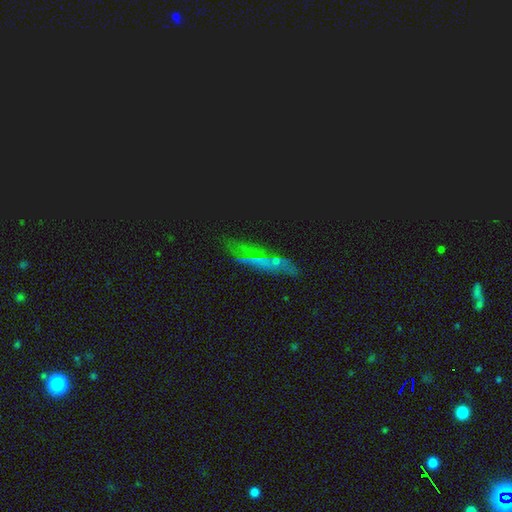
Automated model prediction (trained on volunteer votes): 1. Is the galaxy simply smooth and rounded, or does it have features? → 44% star or artifact, 29% smooth, 27% featured or disk.